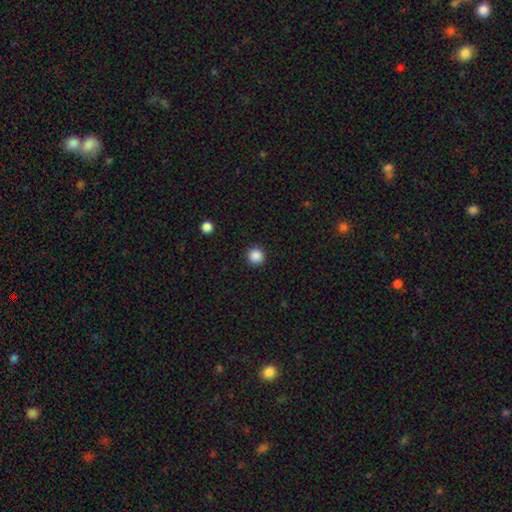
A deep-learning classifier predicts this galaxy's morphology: Overall: smooth (87%). How rounded: round (95%). Merging: none (92%).